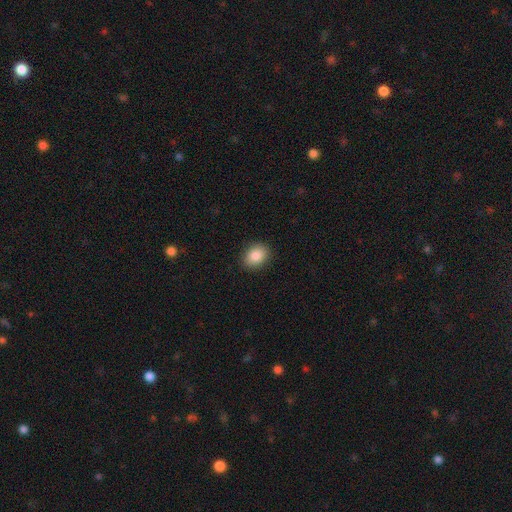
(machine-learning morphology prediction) Smooth or featured? Predicted: smooth (p=0.87). How rounded? Predicted: in between (p=0.57). Merging? Predicted: none (p=0.89).